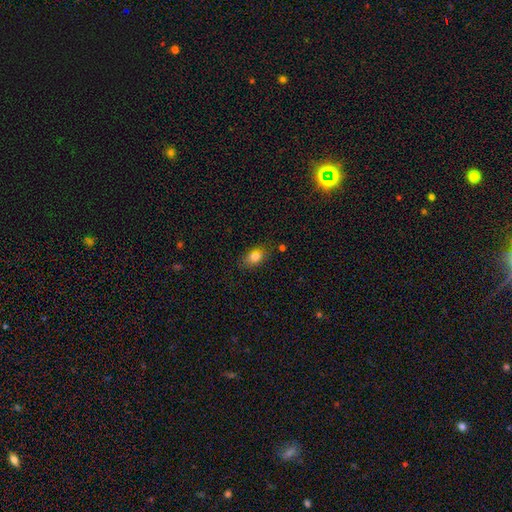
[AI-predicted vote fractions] Smooth or featured? smooth (81%)
How rounded? in between (80%)
Merging? none (79%)